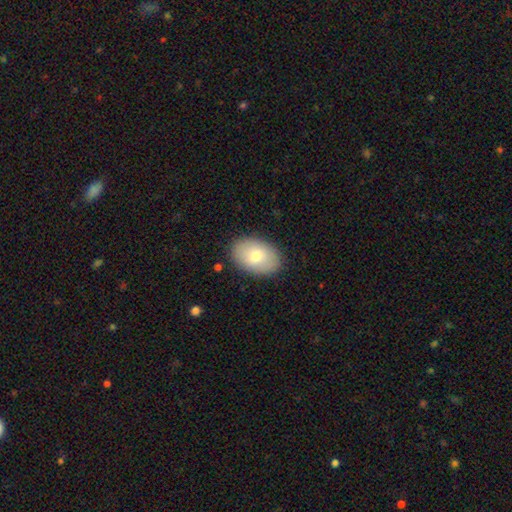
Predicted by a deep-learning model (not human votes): Smooth or featured: smooth — 76% (featured or disk — 18%)
How rounded: in between — 88% (round — 11%)
Merging: none — 88% (minor disturbance — 9%)